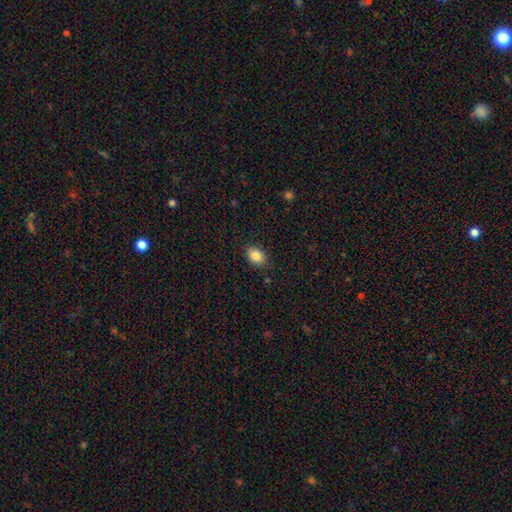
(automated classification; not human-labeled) The model was most divided on "how rounded": in between: 70%, round: 29%, cigar-shaped: 1%. More confident: smooth or featured — smooth (85%); merging — none (84%).